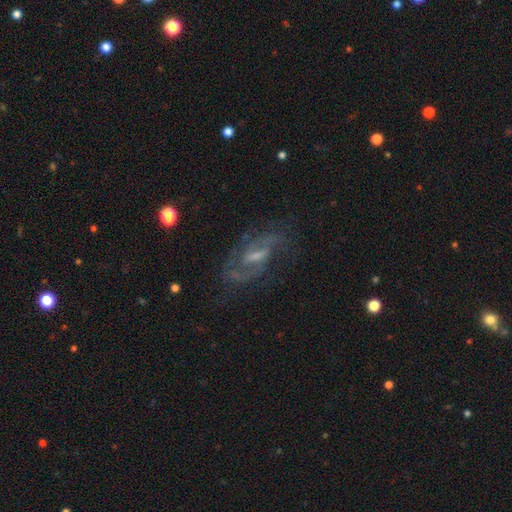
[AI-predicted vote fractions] This is likely a featured or disk galaxy (78%). It is clearly not viewed edge-on (91%). Bar: possibly weak (52%). Spiral arm pattern: clearly yes (90%). Spiral arm count: likely 2 (67%). Spiral winding: possibly medium (49%). Central bulge: possibly small (46%). Merging: likely none (71%).